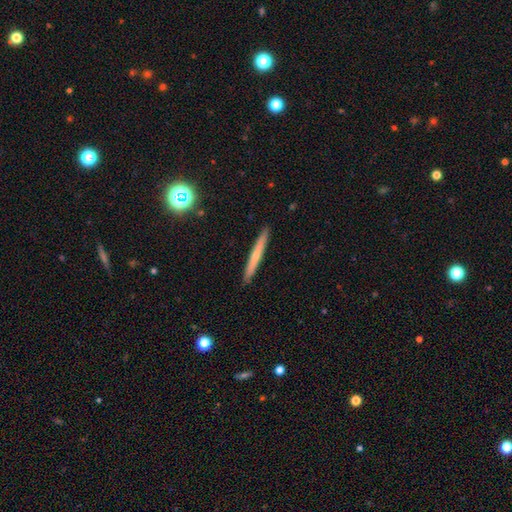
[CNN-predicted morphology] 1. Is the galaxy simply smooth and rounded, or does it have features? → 49% smooth, 43% featured or disk, 8% star or artifact.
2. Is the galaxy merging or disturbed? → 92% none, 6% minor disturbance, 1% major disturbance, 1% merger.